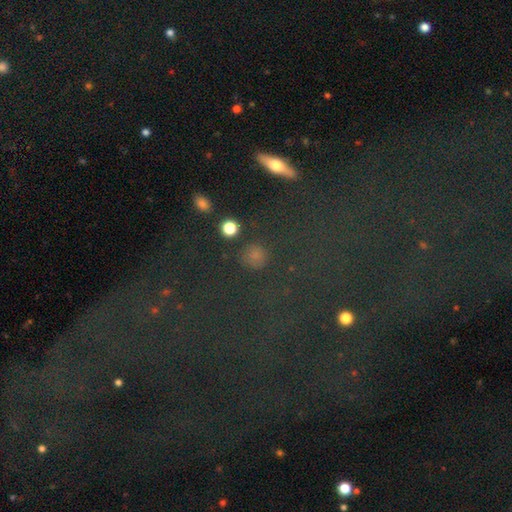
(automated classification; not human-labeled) A smooth galaxy with no disk features (64%) that is round (87%).

Vote fractions:
- Smooth or featured? smooth: 64% / star or artifact: 25% / featured or disk: 11%
- How rounded? round: 87% / in between: 10% / cigar-shaped: 3%
- Merging? none: 88% / minor disturbance: 8% / major disturbance: 2% / merger: 2%